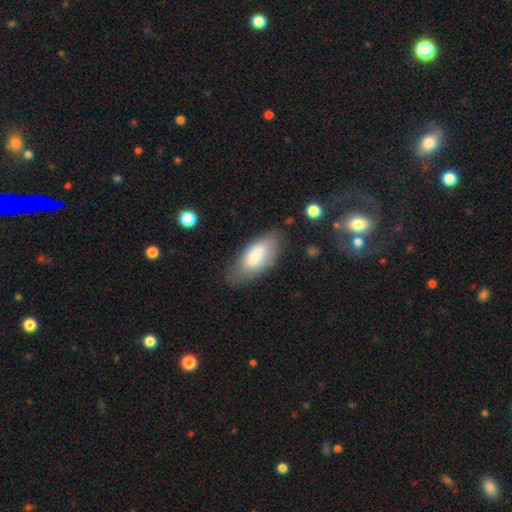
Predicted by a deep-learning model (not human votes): Overall: smooth (75%). How rounded: in between (90%). Merging: none (68%).